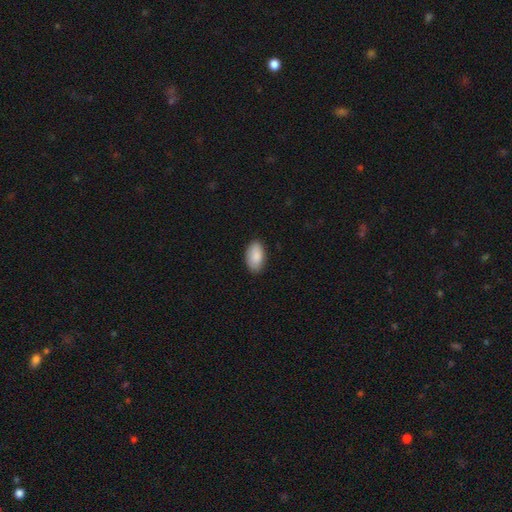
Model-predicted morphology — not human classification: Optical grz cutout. It shows a smooth galaxy with no disk features (89%) that is in between round and cigar-shaped (95%). Merging: none (86%).